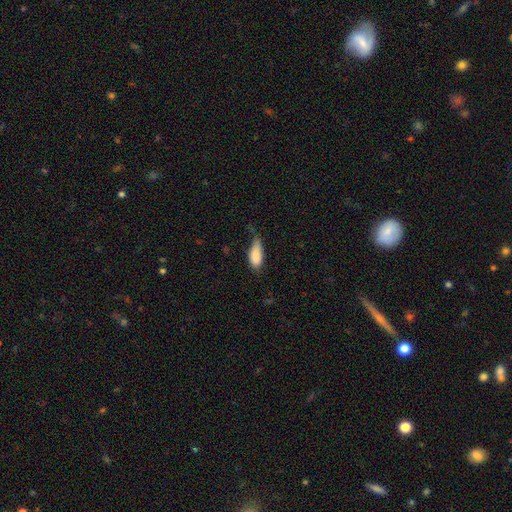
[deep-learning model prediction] smooth-or-featured: smooth: 85% | featured or disk: 8% | star or artifact: 7%
  how-rounded: in between: 85% | cigar-shaped: 13% | round: 2%
  merging: minor disturbance: 46% | none: 35% | major disturbance: 16% | merger: 3%